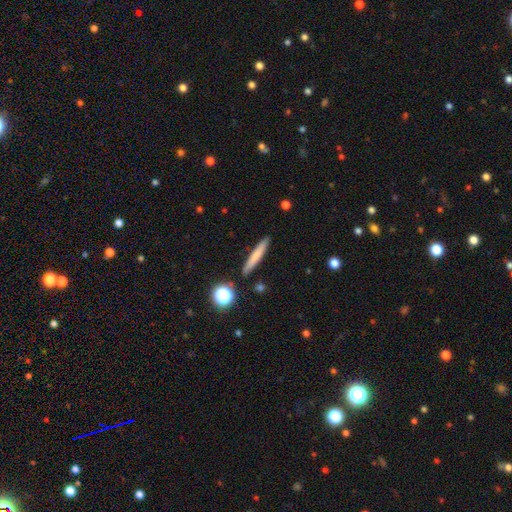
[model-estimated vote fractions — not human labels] The model was most divided on "smooth or featured": smooth: 70%, featured or disk: 22%, star or artifact: 8%. More confident: how rounded — cigar-shaped (94%); merging — none (89%).